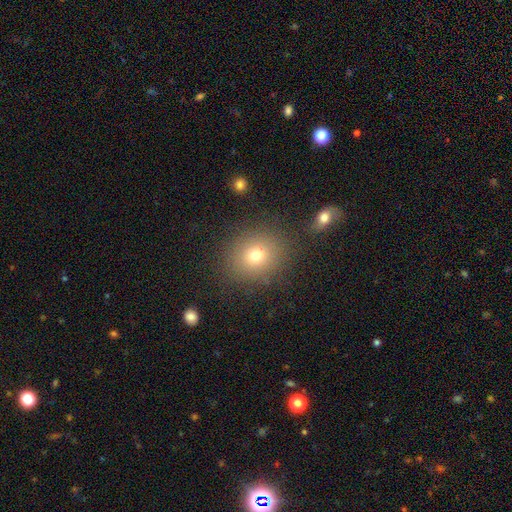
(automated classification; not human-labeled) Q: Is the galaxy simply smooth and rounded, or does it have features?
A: smooth — 73%.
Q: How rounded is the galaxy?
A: round — 64%.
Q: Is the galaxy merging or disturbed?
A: none — 82%.